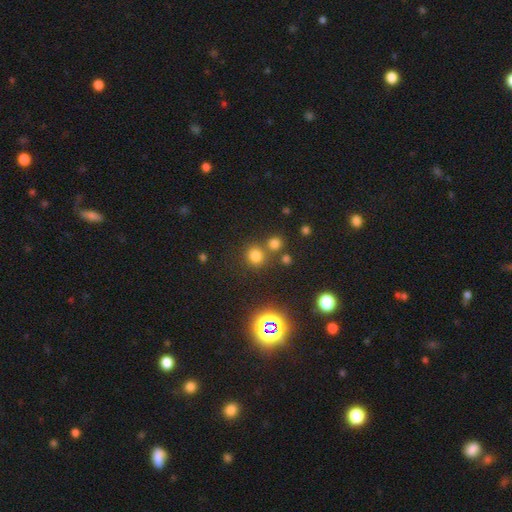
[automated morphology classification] This is likely a smooth galaxy (70%). How rounded: clearly round (88%). Merging: likely none (73%).